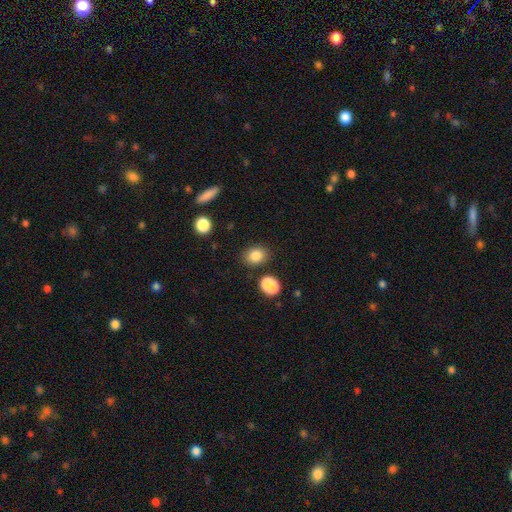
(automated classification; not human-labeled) This is clearly a smooth galaxy (83%). How rounded: possibly in between (54%). Merging: clearly none (80%).